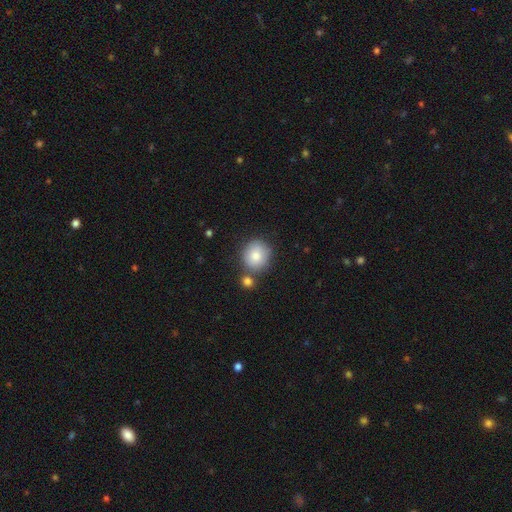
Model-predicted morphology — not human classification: The model was most divided on "merging": none: 68%, merger: 16%, minor disturbance: 12%, major disturbance: 3%. More confident: how rounded — round (85%); smooth or featured — smooth (82%).